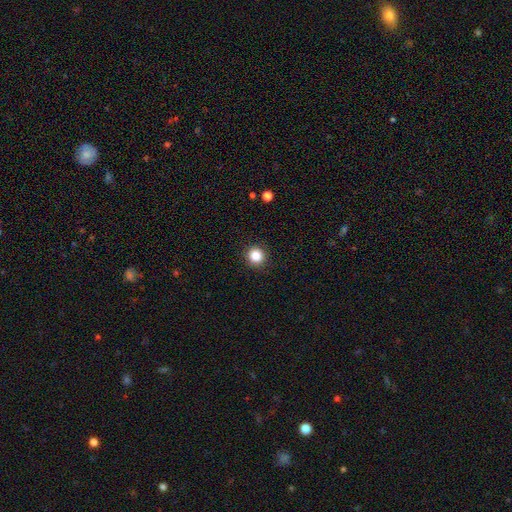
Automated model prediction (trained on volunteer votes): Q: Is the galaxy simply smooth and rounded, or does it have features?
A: smooth — 85%.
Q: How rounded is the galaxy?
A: round — 94%.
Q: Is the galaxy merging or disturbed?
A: none — 92%.